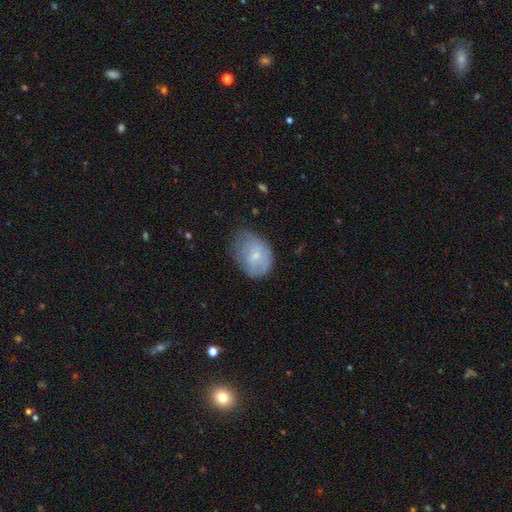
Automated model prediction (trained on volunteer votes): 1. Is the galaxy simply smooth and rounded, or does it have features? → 57% smooth, 35% featured or disk, 8% star or artifact.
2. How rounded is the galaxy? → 65% in between, 34% round, 1% cigar-shaped.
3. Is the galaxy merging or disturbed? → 48% none, 36% minor disturbance, 15% major disturbance, 2% merger.